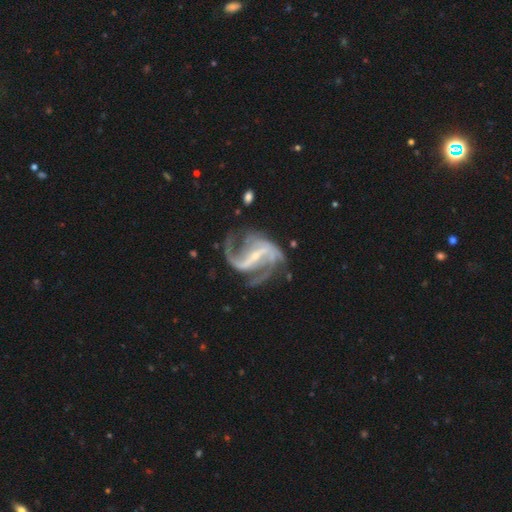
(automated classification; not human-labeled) Smooth or featured? featured or disk (92%)
Edge-on disk? no (97%)
Bar? strong (71%)
Spiral arms? yes (97%)
Spiral winding? medium (47%)
Spiral arm count? 2 (56%)
Bulge size? small (76%)
Merging? none (58%)